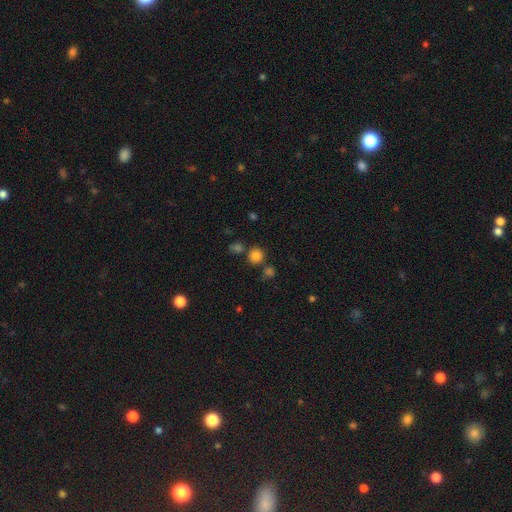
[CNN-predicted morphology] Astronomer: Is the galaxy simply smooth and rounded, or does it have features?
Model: smooth — 80%.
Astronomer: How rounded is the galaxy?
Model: round — 91%.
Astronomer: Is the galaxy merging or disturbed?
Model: none — 75%.